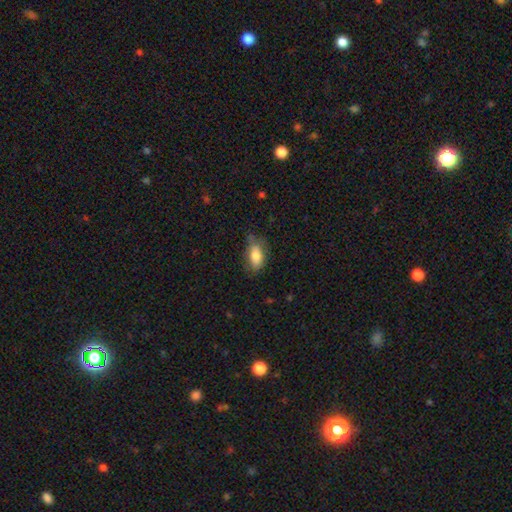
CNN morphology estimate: smooth_or_featured: smooth (p=0.79) [alt: featured or disk p=0.14]
how_rounded: in between (p=0.89) [alt: cigar-shaped p=0.07]
merging: none (p=0.60) [alt: minor disturbance p=0.30]